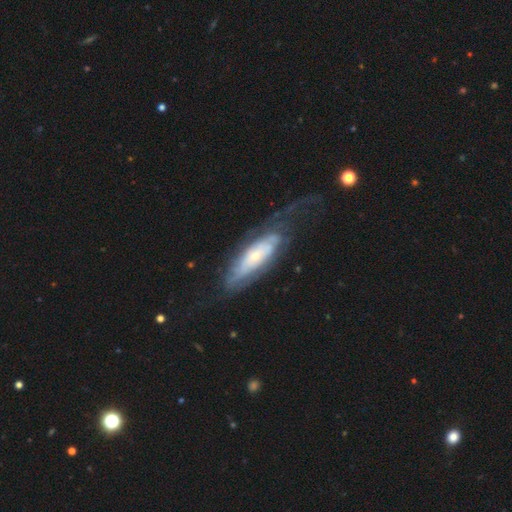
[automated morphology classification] type=featured or disk (71%); edge-on=no (80%); bar=no (75%); spiral arms=yes (76%); bulge=small (64%); merging=none (45%).